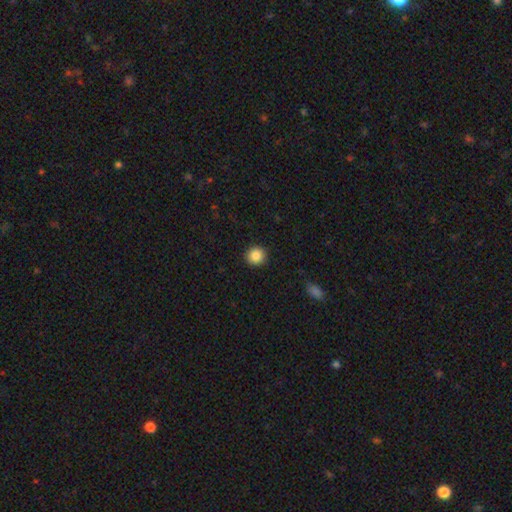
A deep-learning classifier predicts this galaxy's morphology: Smooth or featured: smooth — 87% (star or artifact — 9%)
How rounded: round — 93% (in between — 6%)
Merging: none — 92% (minor disturbance — 5%)